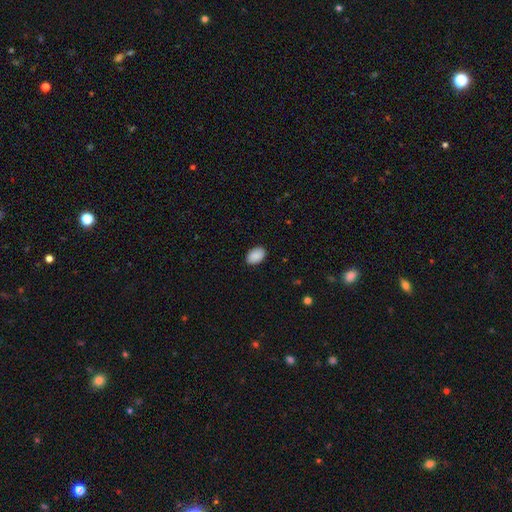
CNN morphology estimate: A smooth galaxy with no disk features (90%) that is in between round and cigar-shaped (88%). Merging: none (89%).